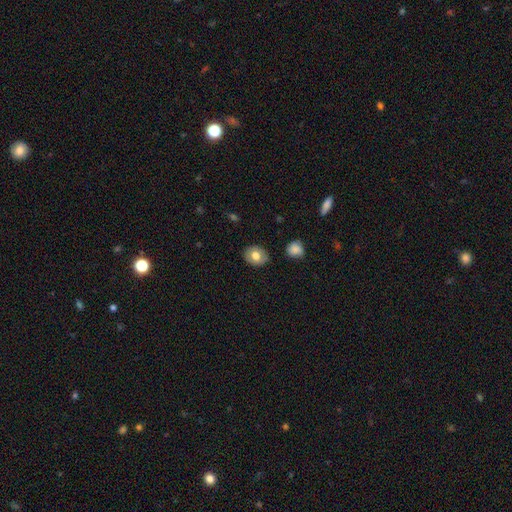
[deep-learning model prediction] A smooth galaxy with no disk features (73%) that is in between round and cigar-shaped (50%). Merging: none (85%).